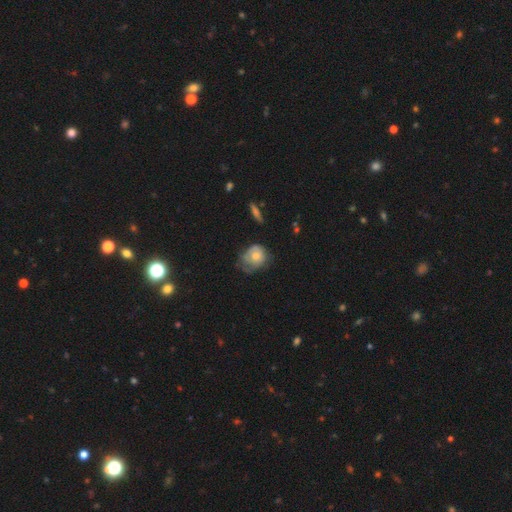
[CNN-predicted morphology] This is possibly a smooth galaxy (55%). How rounded: likely round (61%). Merging: marginally none (40%).